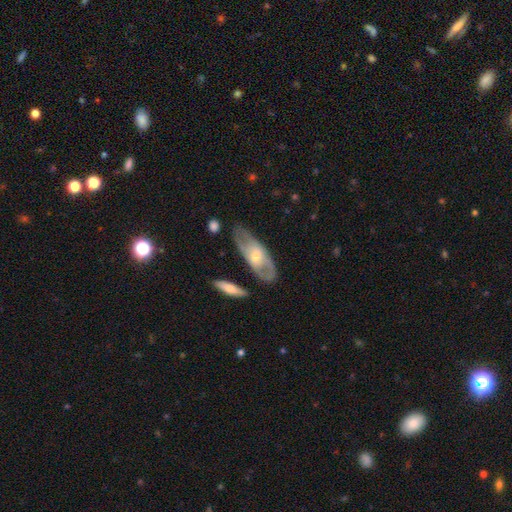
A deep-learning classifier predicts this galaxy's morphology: smooth-or-featured: featured or disk: 60% | smooth: 34% | star or artifact: 6%
  disk-edge-on: no: 75% | yes: 25%
  merging: none: 67% | minor disturbance: 20% | major disturbance: 8% | merger: 5%